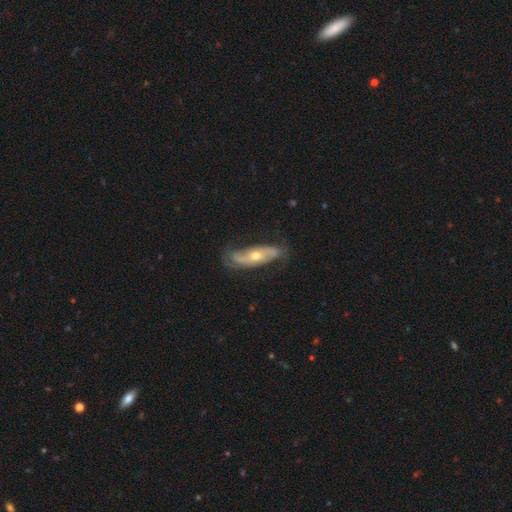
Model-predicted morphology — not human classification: The model was most divided on "bulge size": moderate: 60%, small: 36%, large: 3%, none: 1%, dominant: 1%. More confident: spiral arms — yes (83%); edge-on disk — no (77%); smooth or featured — featured or disk (73%); bar — no (69%); merging — none (69%).